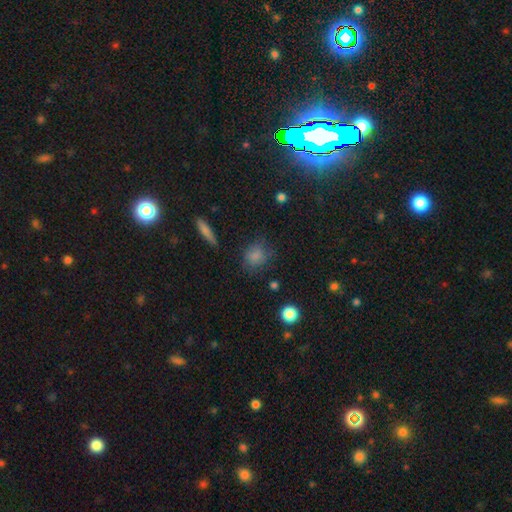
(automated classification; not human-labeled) Overall: smooth (79%). How rounded: round (67%; in between 31%). Merging: none (70%).